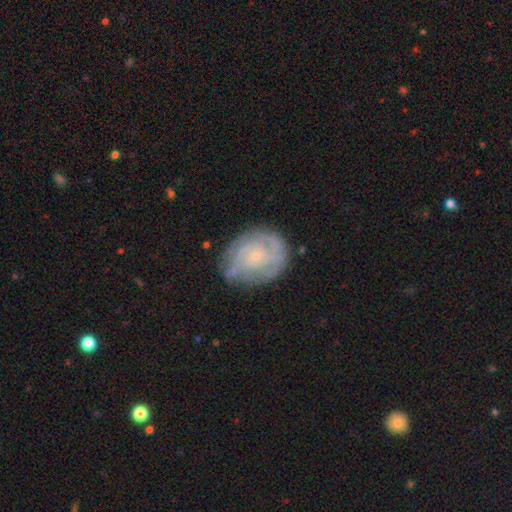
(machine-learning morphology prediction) Smooth or featured?
  - featured or disk: 72% *
  - smooth: 20%
  - star or artifact: 8%
Edge-on disk?
  - no: 97% *
  - yes: 3%
Bar?
  - no: 76% *
  - weak: 20%
  - strong: 3%
Spiral arms?
  - yes: 87% *
  - no: 13%
Spiral winding?
  - tight: 69% *
  - medium: 24%
  - loose: 7%
Spiral arm count?
  - can't tell: 46% *
  - 2: 20%
  - 3: 15%
  - 4: 9%
  - 1: 5%
  - more than 4: 5%
Bulge size?
  - small: 75% *
  - moderate: 15%
  - none: 7%
  - large: 1%
  - dominant: 1%
Merging?
  - none: 74% *
  - minor disturbance: 18%
  - major disturbance: 6%
  - merger: 1%